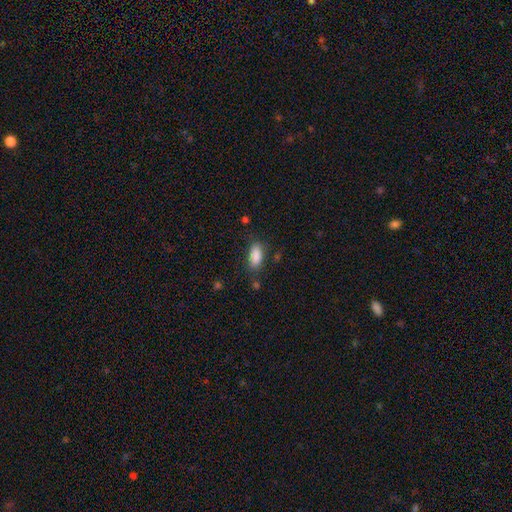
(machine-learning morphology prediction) A smooth galaxy with no disk features (88%) that is in between round and cigar-shaped (89%). Merging: none (79%).